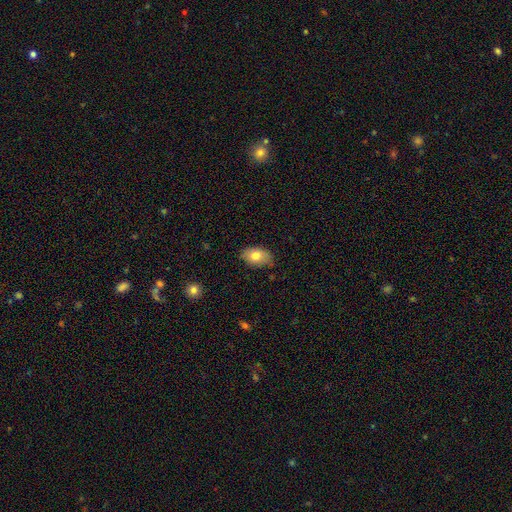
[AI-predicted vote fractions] This is likely a smooth galaxy (78%). How rounded: clearly in between (89%). Merging: clearly none (80%).